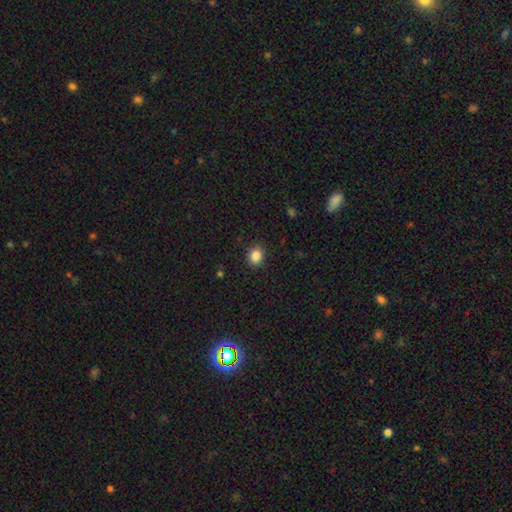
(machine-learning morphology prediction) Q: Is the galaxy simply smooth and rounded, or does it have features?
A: smooth — 86%.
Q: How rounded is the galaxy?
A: round — 53%.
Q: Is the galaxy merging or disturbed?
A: none — 89%.